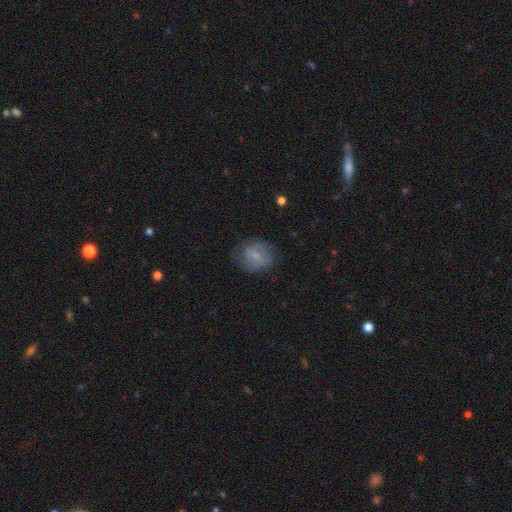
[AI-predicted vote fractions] This is possibly a smooth galaxy (49%). Merging: likely none (69%).